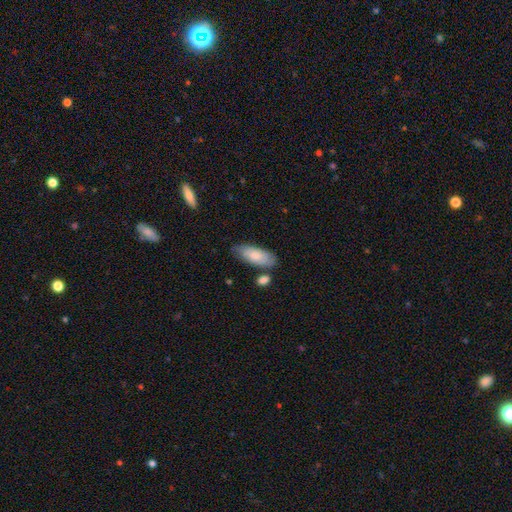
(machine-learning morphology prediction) Smooth or featured?
  - smooth: 80% *
  - featured or disk: 15%
  - star or artifact: 5%
How rounded?
  - in between: 78% *
  - cigar-shaped: 20%
  - round: 2%
Merging?
  - none: 71% *
  - minor disturbance: 18%
  - merger: 8%
  - major disturbance: 4%